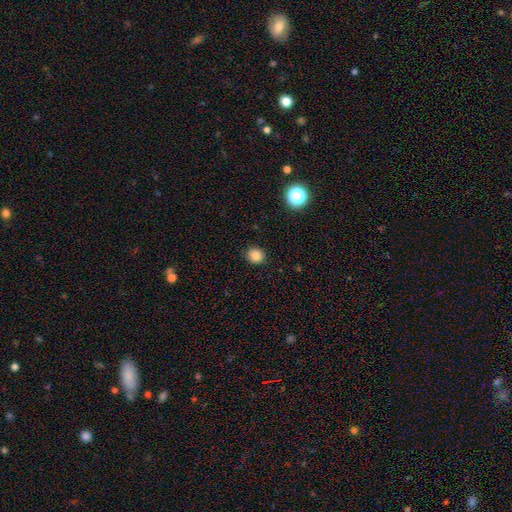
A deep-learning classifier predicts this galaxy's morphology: smooth 84%, star or artifact 12%, featured or disk 4%. Down the decision tree: how rounded — round (84%); merging — none (90%).